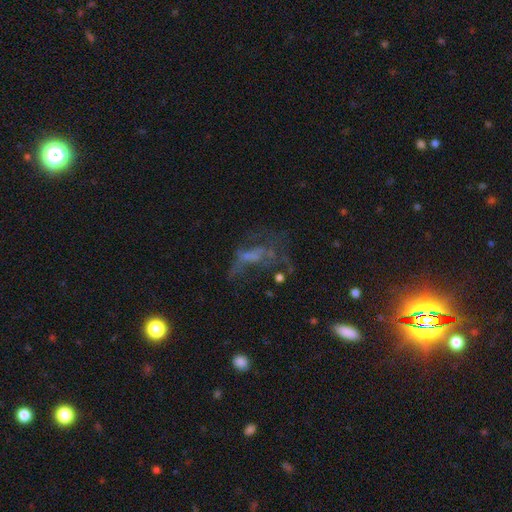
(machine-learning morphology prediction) Q: Smooth or featured?
A: featured or disk (49%); runner-up: star or artifact (29%)
Q: Merging?
A: major disturbance (43%); runner-up: none (35%)